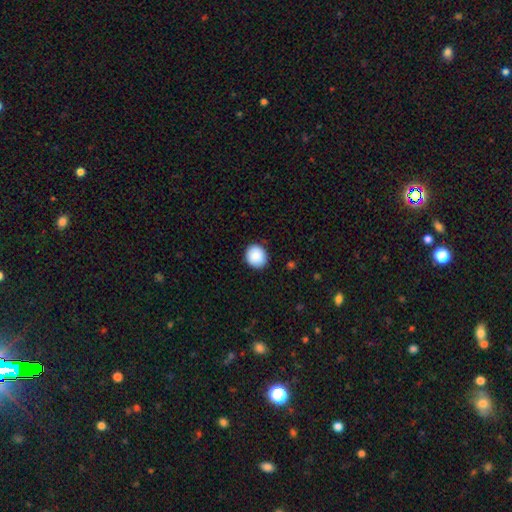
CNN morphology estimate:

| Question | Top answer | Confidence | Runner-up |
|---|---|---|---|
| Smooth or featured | smooth | 90% | star or artifact (7%) |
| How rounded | round | 82% | in between (17%) |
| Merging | none | 90% | minor disturbance (8%) |